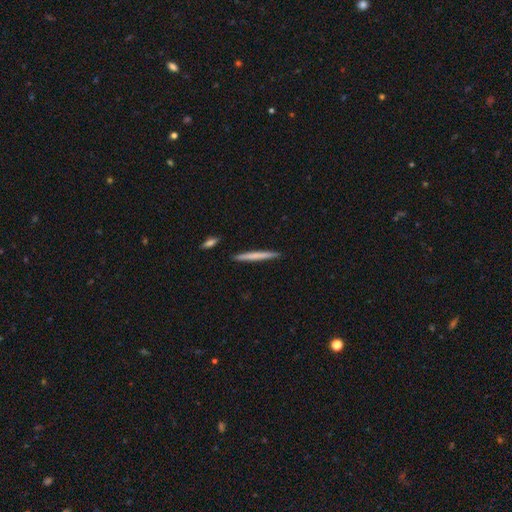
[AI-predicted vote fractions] smooth_or_featured: smooth (p=0.65) [alt: featured or disk p=0.30]
how_rounded: cigar-shaped (p=0.97) [alt: in between p=0.02]
merging: none (p=0.92) [alt: minor disturbance p=0.06]